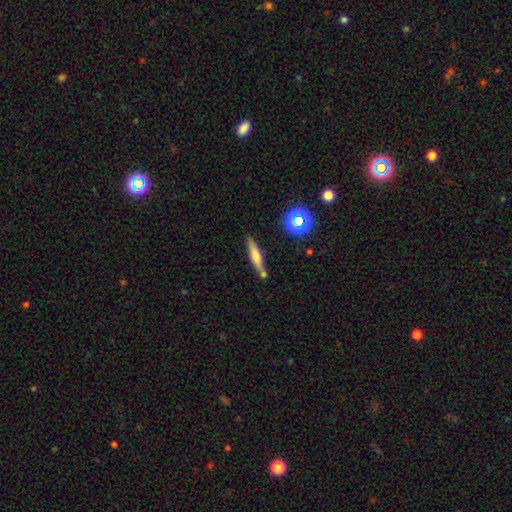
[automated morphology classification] The model was most divided on "smooth or featured": smooth: 60%, featured or disk: 29%, star or artifact: 11%. More confident: how rounded — cigar-shaped (83%); merging — none (68%).